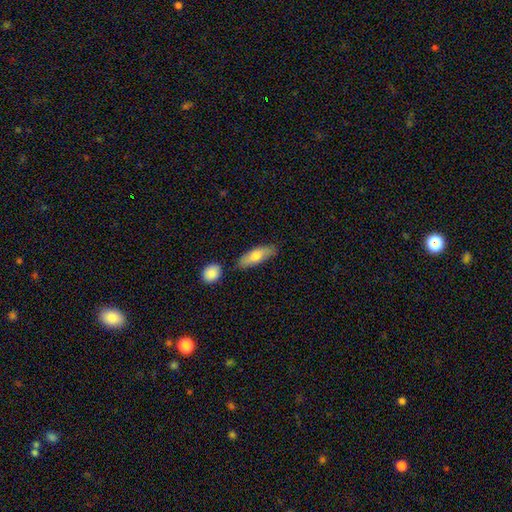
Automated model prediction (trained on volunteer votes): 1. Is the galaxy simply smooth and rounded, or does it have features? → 73% smooth, 21% featured or disk, 6% star or artifact.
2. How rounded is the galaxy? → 64% in between, 33% cigar-shaped, 2% round.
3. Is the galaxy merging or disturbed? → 73% none, 16% minor disturbance, 7% merger, 3% major disturbance.